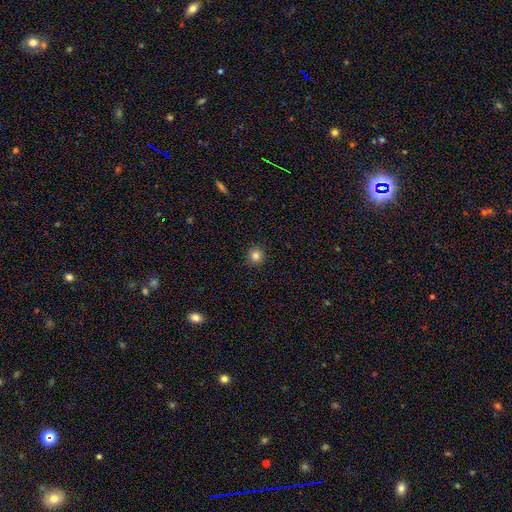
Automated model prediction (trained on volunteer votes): Smooth or featured: smooth — 84% (star or artifact — 12%)
How rounded: round — 94% (in between — 5%)
Merging: none — 91% (minor disturbance — 6%)